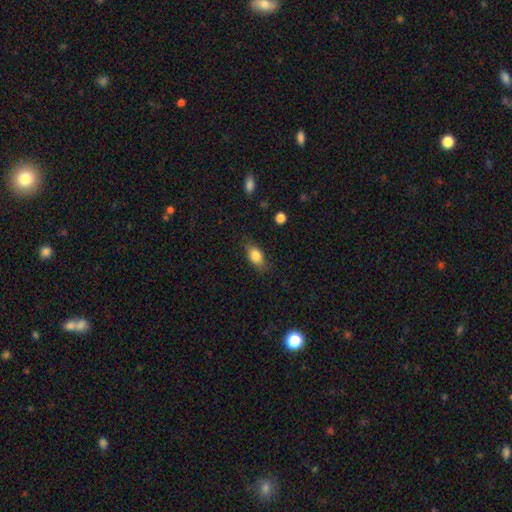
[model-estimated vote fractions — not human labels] Overall: smooth (82%). How rounded: in between (84%). Merging: none (79%).